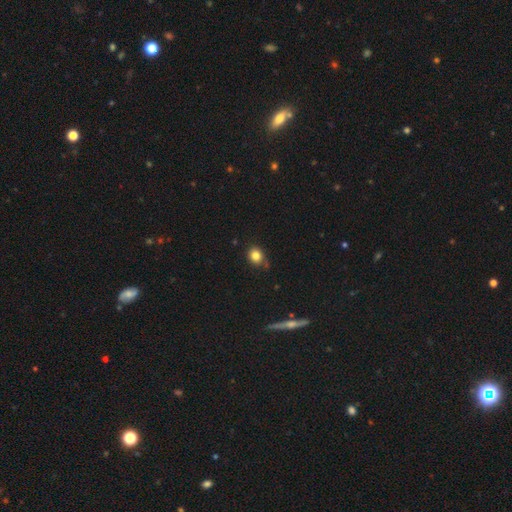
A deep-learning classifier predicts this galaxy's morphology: Smooth or featured? smooth (83%)
How rounded? round (71%)
Merging? none (76%)